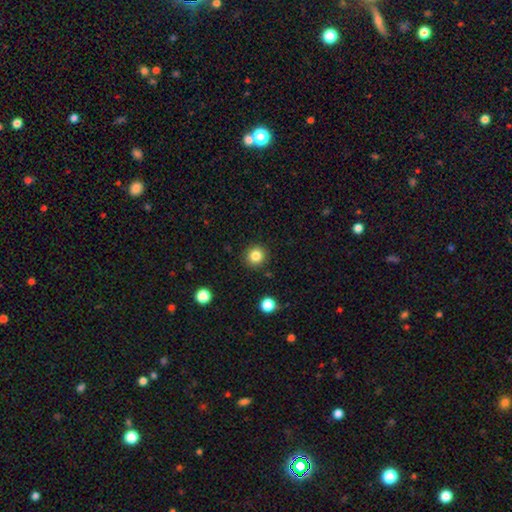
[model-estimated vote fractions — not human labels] This is clearly a smooth galaxy (84%). How rounded: clearly round (94%). Merging: clearly none (91%).